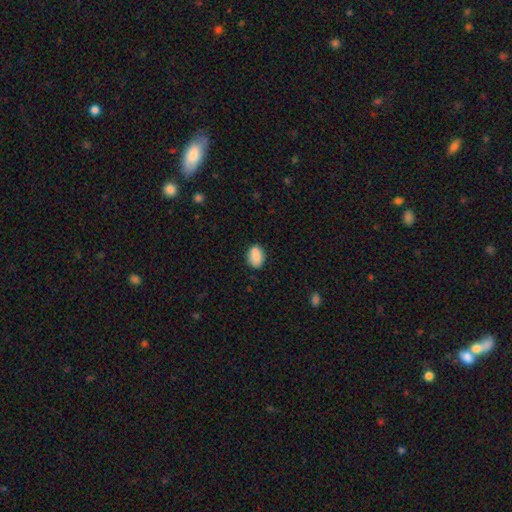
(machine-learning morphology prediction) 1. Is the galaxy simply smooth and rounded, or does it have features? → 85% smooth, 8% star or artifact, 7% featured or disk.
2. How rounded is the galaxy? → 74% in between, 25% round, 1% cigar-shaped.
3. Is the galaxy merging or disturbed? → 73% none, 18% minor disturbance, 6% merger, 3% major disturbance.